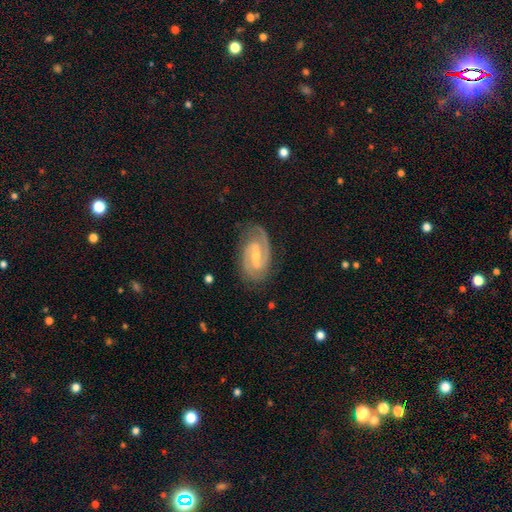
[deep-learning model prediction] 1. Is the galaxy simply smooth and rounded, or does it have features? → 92% featured or disk, 4% star or artifact, 4% smooth.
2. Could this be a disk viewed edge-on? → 97% no, 3% yes.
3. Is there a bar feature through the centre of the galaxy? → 50% weak, 31% strong, 19% no.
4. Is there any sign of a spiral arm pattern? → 98% yes, 2% no.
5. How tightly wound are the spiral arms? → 49% medium, 44% tight, 8% loose.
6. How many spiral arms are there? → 91% 2, 3% 3, 2% can't tell, 1% 1, 1% 4, 1% more than 4.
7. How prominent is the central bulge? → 59% small, 36% moderate, 3% none, 1% large, 1% dominant.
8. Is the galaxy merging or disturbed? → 81% none, 14% minor disturbance, 4% major disturbance, 1% merger.